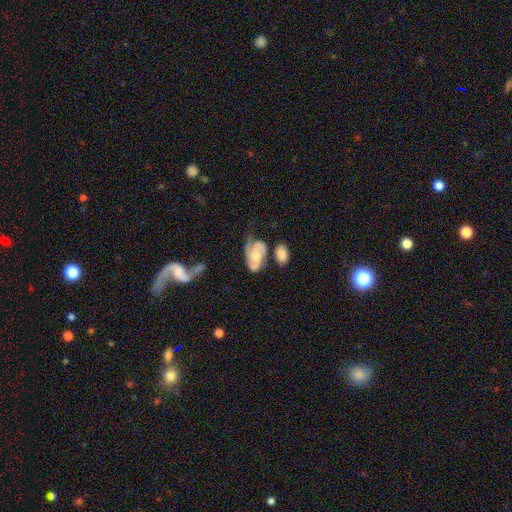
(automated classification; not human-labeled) Q: Smooth or featured?
A: featured or disk (62%); runner-up: smooth (32%)
Q: Edge-on disk?
A: no (95%); runner-up: yes (5%)
Q: Bar?
A: no (73%); runner-up: weak (21%)
Q: Spiral arms?
A: yes (80%); runner-up: no (20%)
Q: Bulge size?
A: moderate (62%); runner-up: small (16%)
Q: Merging?
A: none (30%); runner-up: major disturbance (27%)